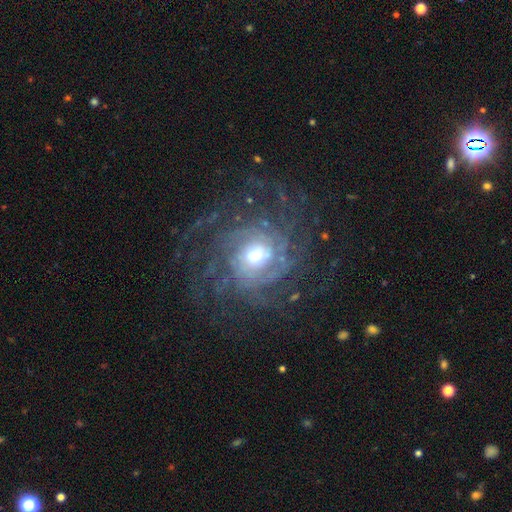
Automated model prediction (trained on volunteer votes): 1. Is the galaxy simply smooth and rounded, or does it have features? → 84% featured or disk, 8% star or artifact, 8% smooth.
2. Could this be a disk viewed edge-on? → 97% no, 3% yes.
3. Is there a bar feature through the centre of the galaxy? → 65% no, 27% weak, 9% strong.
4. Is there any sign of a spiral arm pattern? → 93% yes, 7% no.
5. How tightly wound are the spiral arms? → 49% tight, 33% medium, 18% loose.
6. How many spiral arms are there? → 31% can't tell, 21% more than 4, 15% 4, 12% 3, 12% 2, 9% 1.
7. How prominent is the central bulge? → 64% moderate, 17% small, 16% large, 2% dominant, 1% none.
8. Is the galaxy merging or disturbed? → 66% none, 19% major disturbance, 13% minor disturbance, 2% merger.